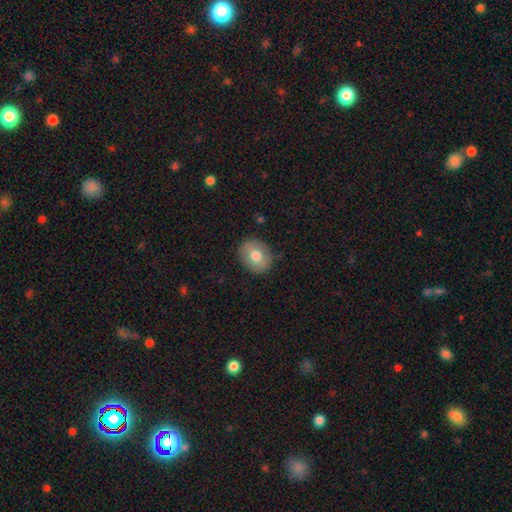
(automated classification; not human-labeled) Smooth or featured? smooth (74%)
How rounded? round (58%)
Merging? none (86%)